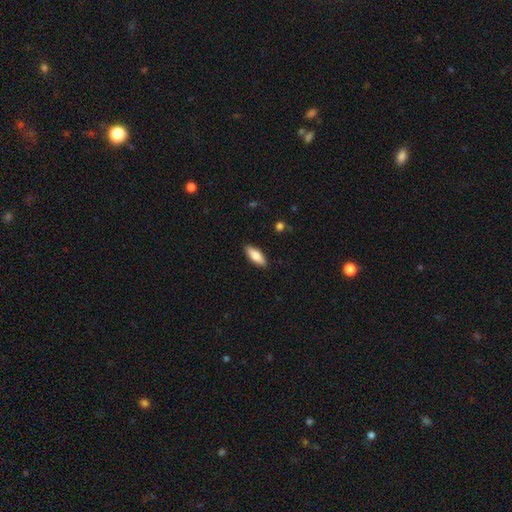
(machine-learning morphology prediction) smooth-or-featured: smooth: 79% | featured or disk: 15% | star or artifact: 6%
  how-rounded: in between: 68% | cigar-shaped: 30% | round: 2%
  merging: none: 89% | minor disturbance: 8% | major disturbance: 2% | merger: 1%